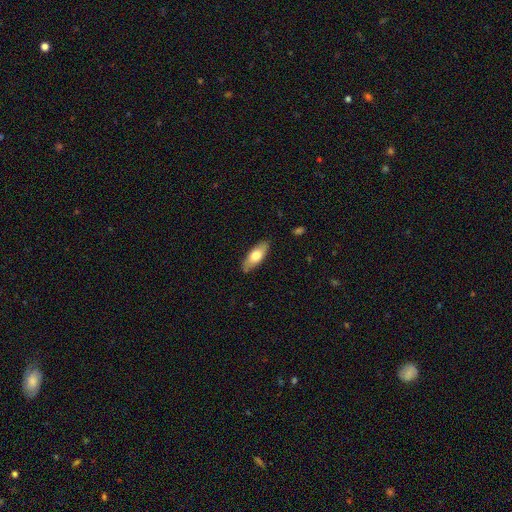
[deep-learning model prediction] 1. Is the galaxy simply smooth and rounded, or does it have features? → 69% smooth, 26% featured or disk, 5% star or artifact.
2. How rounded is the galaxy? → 74% in between, 24% cigar-shaped, 2% round.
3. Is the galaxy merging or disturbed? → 85% none, 12% minor disturbance, 2% major disturbance, 1% merger.